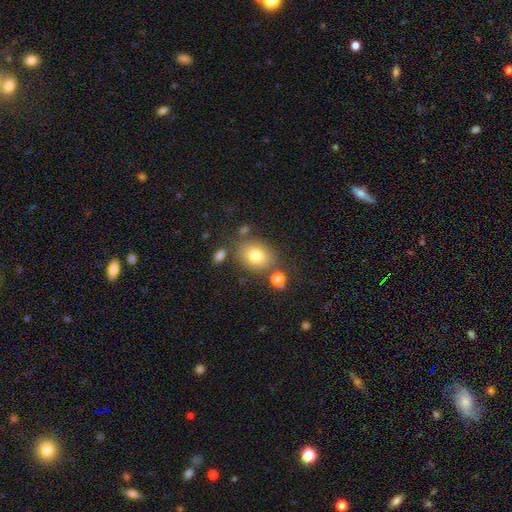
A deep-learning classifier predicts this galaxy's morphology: smooth 79%, featured or disk 11%, star or artifact 11%. Down the decision tree: how rounded — in between (51%); merging — none (72%).